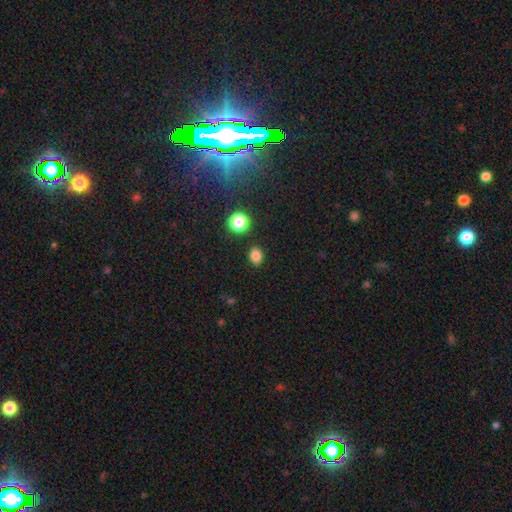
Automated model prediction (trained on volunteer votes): Overall: smooth (82%). How rounded: in between (58%; round 41%). Merging: none (87%).